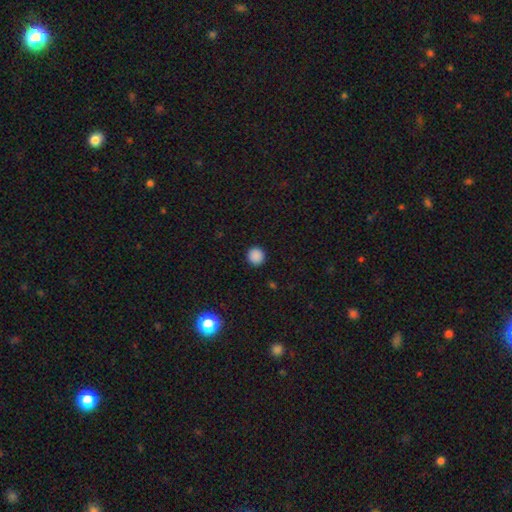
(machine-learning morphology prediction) Smooth or featured?
  - smooth: 87% *
  - star or artifact: 11%
  - featured or disk: 2%
How rounded?
  - round: 94% *
  - in between: 5%
  - cigar-shaped: 1%
Merging?
  - none: 92% *
  - minor disturbance: 5%
  - major disturbance: 2%
  - merger: 1%